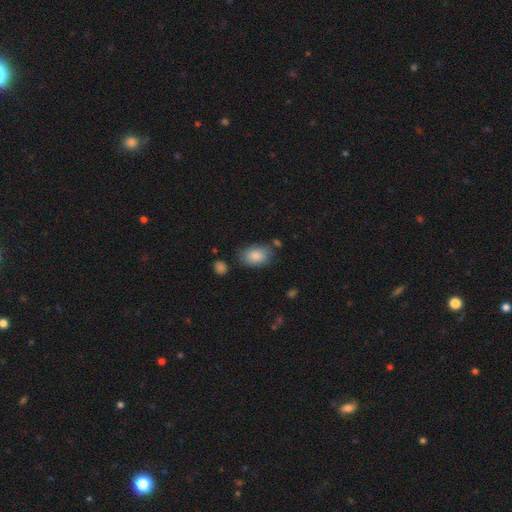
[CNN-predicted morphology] Overall: smooth (85%). How rounded: in between (84%). Merging: none (71%).